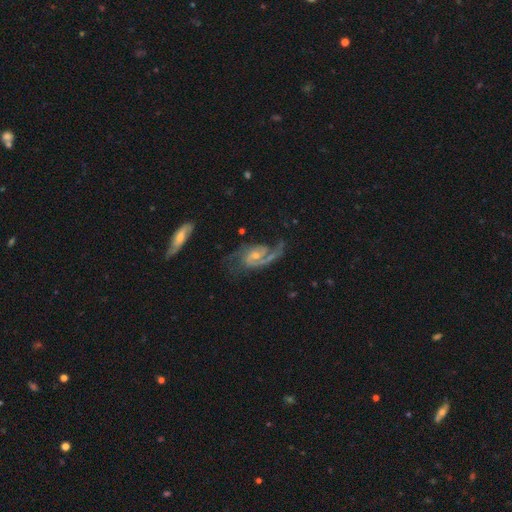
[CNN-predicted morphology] Smooth or featured?
  - featured or disk: 89% *
  - star or artifact: 6%
  - smooth: 5%
Edge-on disk?
  - no: 97% *
  - yes: 3%
Bar?
  - no: 51% *
  - weak: 39%
  - strong: 10%
Spiral arms?
  - yes: 97% *
  - no: 3%
Spiral winding?
  - medium: 52% *
  - loose: 25%
  - tight: 23%
Spiral arm count?
  - 2: 78% *
  - 1: 12%
  - can't tell: 5%
  - 3: 3%
  - 4: 1%
  - more than 4: 1%
Bulge size?
  - small: 53% *
  - moderate: 40%
  - none: 4%
  - large: 2%
  - dominant: 1%
Merging?
  - none: 61% *
  - minor disturbance: 19%
  - major disturbance: 17%
  - merger: 3%